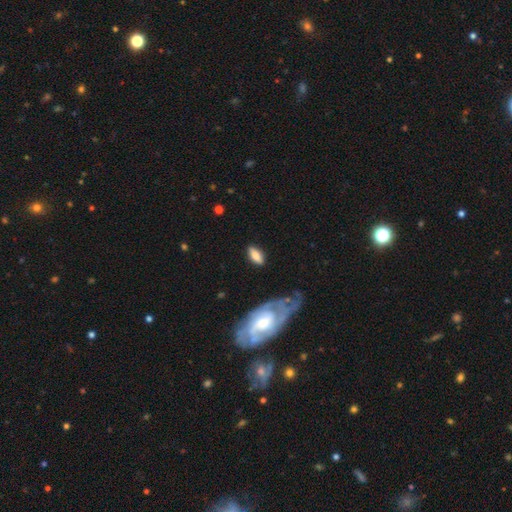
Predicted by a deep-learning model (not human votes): Smooth or featured?
  - smooth: 75% *
  - featured or disk: 19%
  - star or artifact: 6%
How rounded?
  - in between: 83% *
  - cigar-shaped: 14%
  - round: 3%
Merging?
  - none: 81% *
  - minor disturbance: 13%
  - major disturbance: 4%
  - merger: 2%